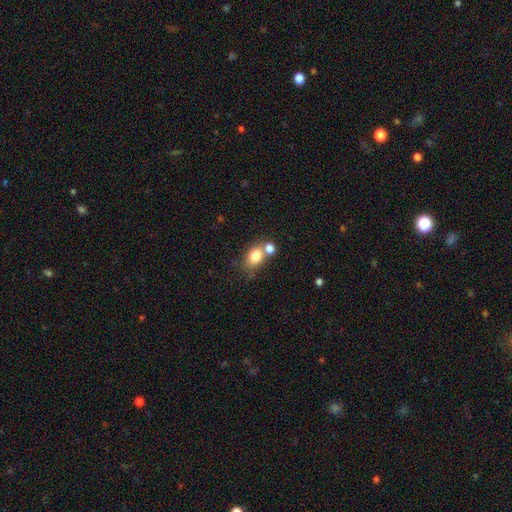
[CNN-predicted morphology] A smooth galaxy with no disk features (79%) that is in between round and cigar-shaped (65%). Merging: none (46%).